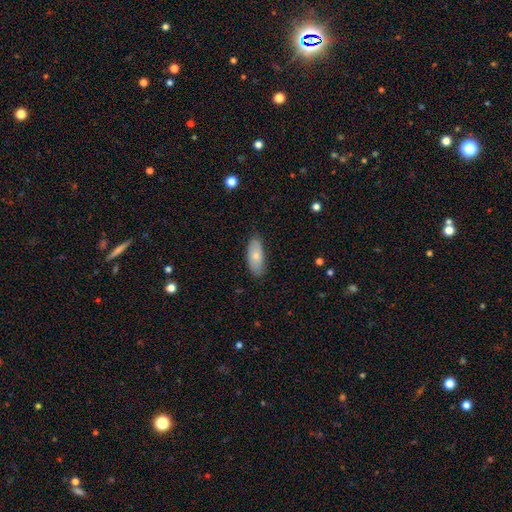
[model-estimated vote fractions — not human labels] Morphology: type=smooth (72%); roundness=in between (88%); merging=none (81%).